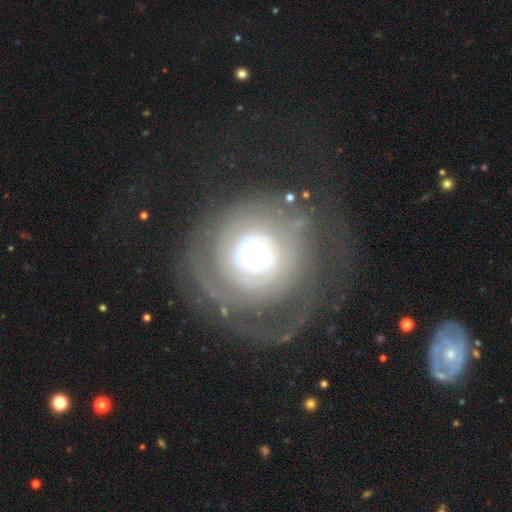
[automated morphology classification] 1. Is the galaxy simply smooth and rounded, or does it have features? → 76% featured or disk, 17% smooth, 7% star or artifact.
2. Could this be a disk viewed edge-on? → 97% no, 3% yes.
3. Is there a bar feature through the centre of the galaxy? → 80% no, 14% weak, 5% strong.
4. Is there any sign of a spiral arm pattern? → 77% yes, 23% no.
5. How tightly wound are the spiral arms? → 71% tight, 18% medium, 11% loose.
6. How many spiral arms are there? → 41% can't tell, 26% 2, 11% 1, 10% 3, 6% 4, 6% more than 4.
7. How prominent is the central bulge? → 52% moderate, 22% large, 19% small, 5% dominant, 2% none.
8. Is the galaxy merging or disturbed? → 58% none, 24% major disturbance, 16% minor disturbance, 2% merger.